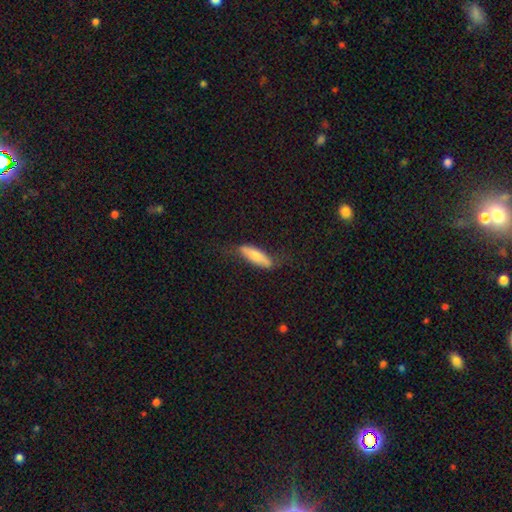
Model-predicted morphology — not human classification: Smooth or featured: smooth — 70% (featured or disk — 25%)
How rounded: cigar-shaped — 51% (in between — 47%)
Merging: none — 69% (minor disturbance — 22%)